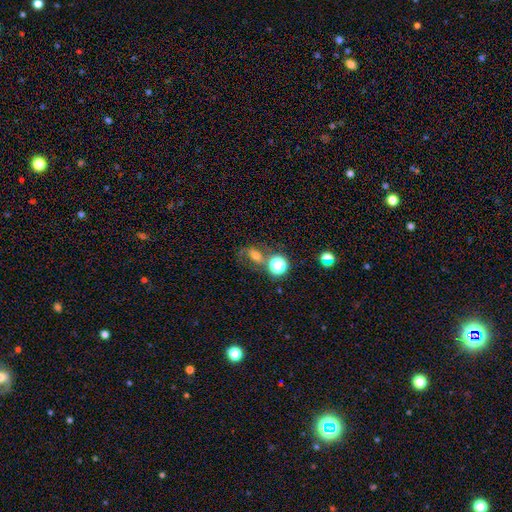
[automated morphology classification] Q: Smooth or featured?
A: smooth (46%); runner-up: featured or disk (32%)
Q: Merging?
A: none (49%); runner-up: merger (21%)